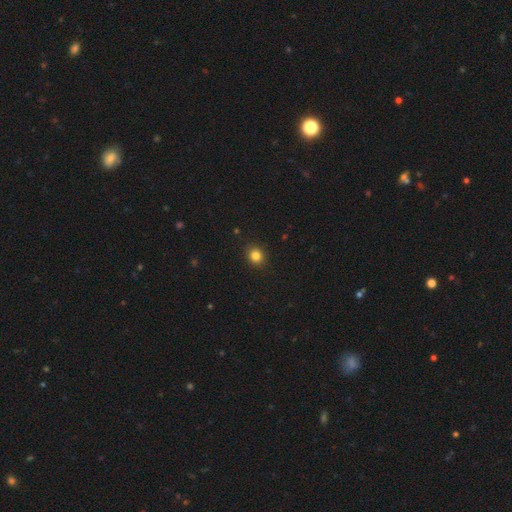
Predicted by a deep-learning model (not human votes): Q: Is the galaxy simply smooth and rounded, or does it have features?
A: smooth — 83%.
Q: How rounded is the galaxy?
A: round — 79%.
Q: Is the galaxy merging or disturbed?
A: none — 91%.